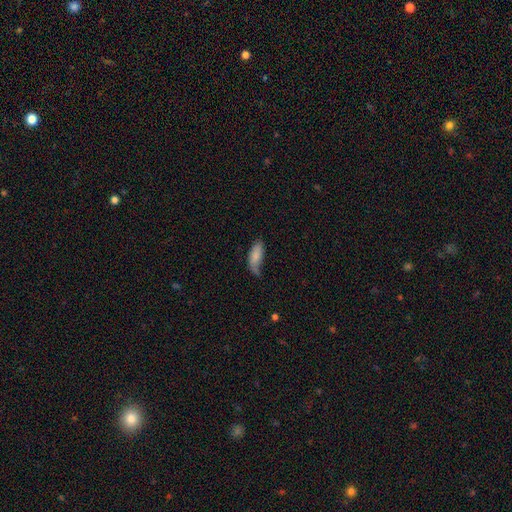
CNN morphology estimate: smooth 79%, featured or disk 15%, star or artifact 7%. Down the decision tree: how rounded — in between (81%); merging — minor disturbance (39%, tied with none).